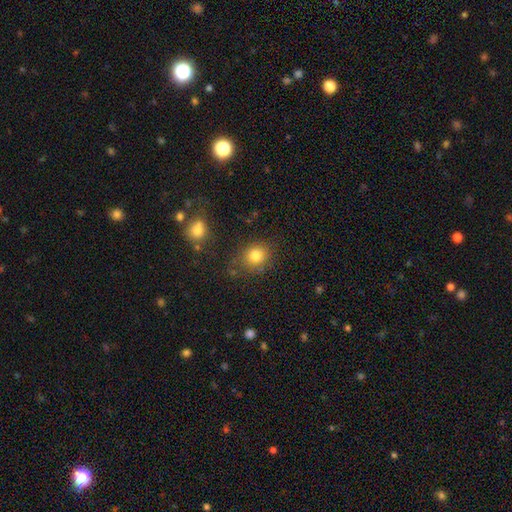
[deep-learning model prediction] Morphology: type=smooth (80%); roundness=round (75%); merging=none (77%).